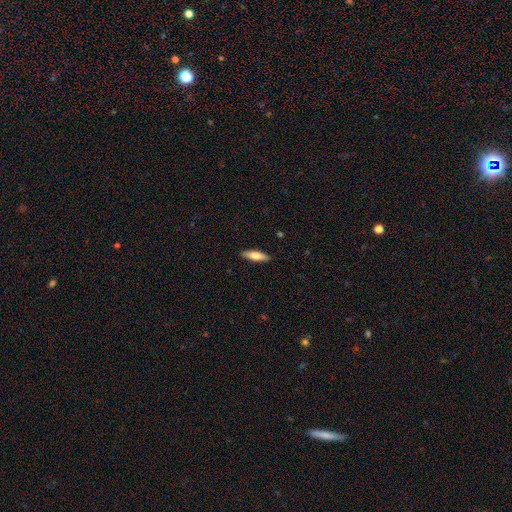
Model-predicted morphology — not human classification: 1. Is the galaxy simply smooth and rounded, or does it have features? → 75% smooth, 20% featured or disk, 6% star or artifact.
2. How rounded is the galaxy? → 57% cigar-shaped, 41% in between, 2% round.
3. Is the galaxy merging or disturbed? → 89% none, 8% minor disturbance, 2% major disturbance, 1% merger.